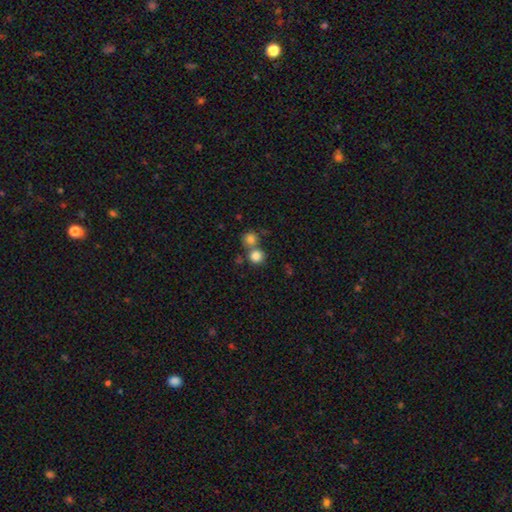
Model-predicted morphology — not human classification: smooth-or-featured: smooth: 82% | star or artifact: 12% | featured or disk: 7%
  how-rounded: round: 91% | in between: 8% | cigar-shaped: 1%
  merging: none: 57% | merger: 34% | minor disturbance: 6% | major disturbance: 3%